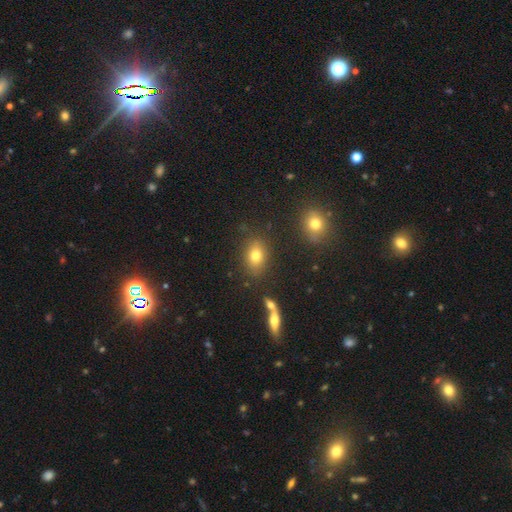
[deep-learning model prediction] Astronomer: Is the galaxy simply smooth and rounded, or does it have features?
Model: smooth — 75%.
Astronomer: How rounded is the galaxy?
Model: in between — 69%.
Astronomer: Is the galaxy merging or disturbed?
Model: none — 80%.